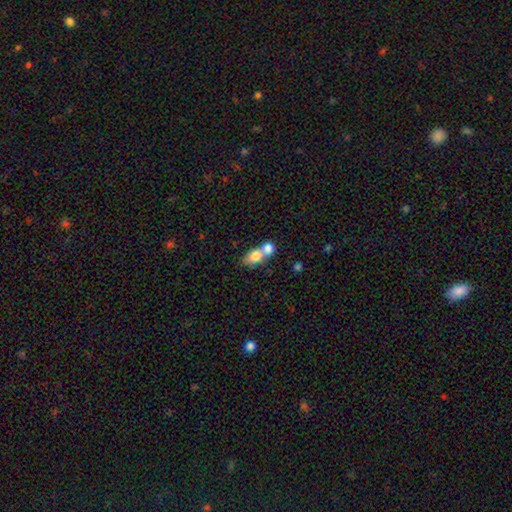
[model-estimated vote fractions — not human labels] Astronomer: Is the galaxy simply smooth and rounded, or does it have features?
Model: smooth — 76%.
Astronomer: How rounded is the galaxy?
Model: in between — 63%.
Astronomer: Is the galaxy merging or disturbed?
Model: merger — 69%.